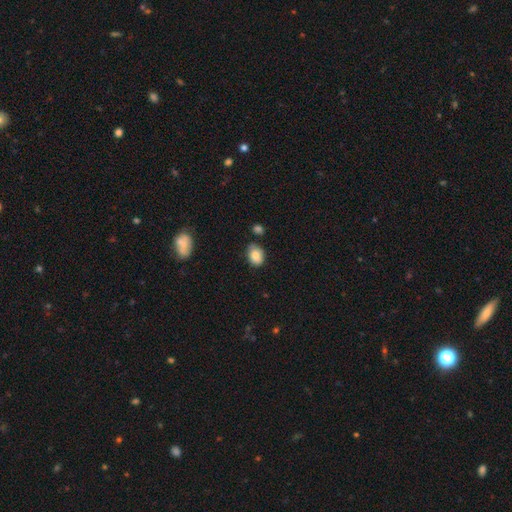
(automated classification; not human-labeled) A smooth galaxy with no disk features (84%) that is in between round and cigar-shaped (67%).

Vote fractions:
- Smooth or featured? smooth: 84% / star or artifact: 8% / featured or disk: 8%
- How rounded? in between: 67% / round: 32% / cigar-shaped: 1%
- Merging? none: 65% / minor disturbance: 25% / merger: 6% / major disturbance: 5%